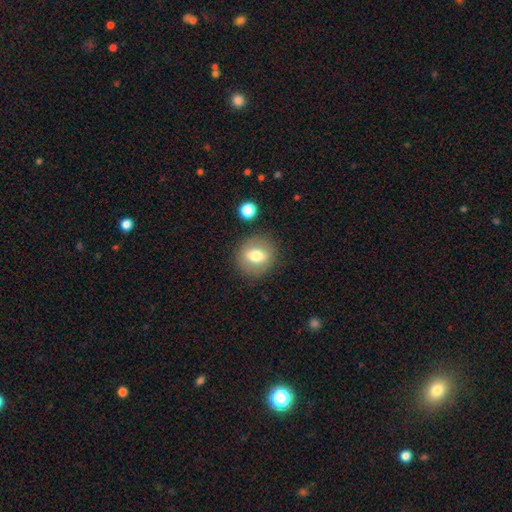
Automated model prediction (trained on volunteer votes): The model was most divided on "smooth or featured": smooth: 69%, featured or disk: 22%, star or artifact: 9%. More confident: merging — none (85%); how rounded — round (74%).